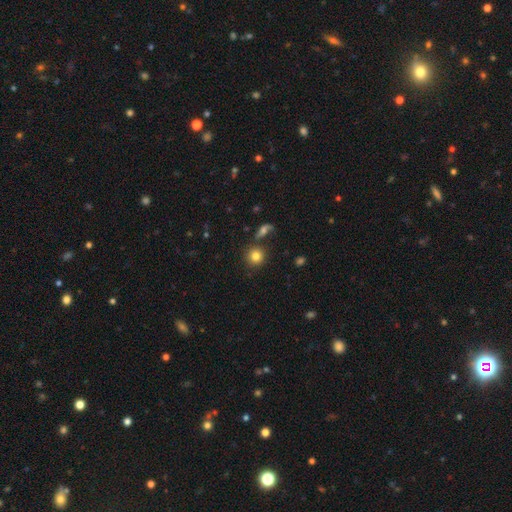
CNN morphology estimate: This appears to be a smooth galaxy with no disk features (82%) that is round (90%). Merging: none (77%).